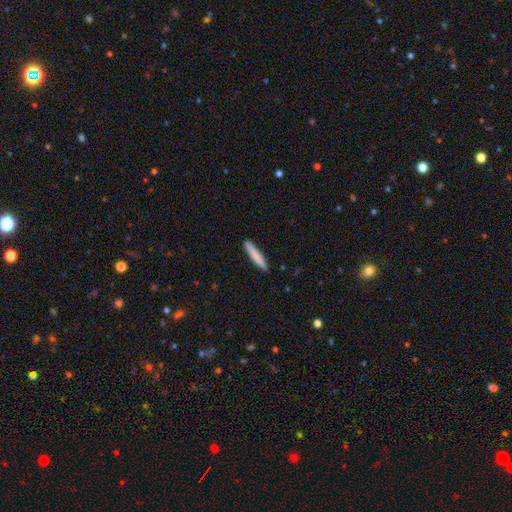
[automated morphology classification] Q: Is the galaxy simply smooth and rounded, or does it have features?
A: smooth — 81%.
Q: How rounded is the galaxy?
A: cigar-shaped — 94%.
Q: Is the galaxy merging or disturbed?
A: none — 90%.